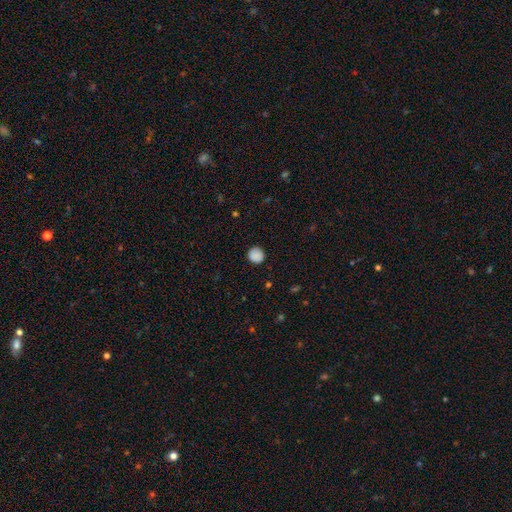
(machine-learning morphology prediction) This is clearly a smooth galaxy (87%). How rounded: clearly round (87%). Merging: clearly none (87%).